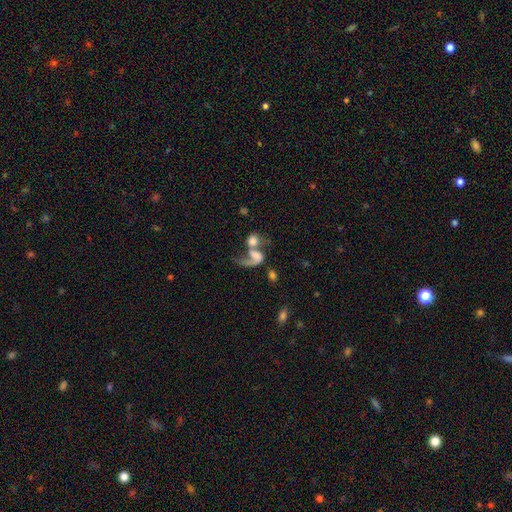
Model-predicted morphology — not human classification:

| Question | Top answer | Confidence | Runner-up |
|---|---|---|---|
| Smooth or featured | featured or disk | 55% | smooth (35%) |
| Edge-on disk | no | 97% | yes (3%) |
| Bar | no | 62% | weak (26%) |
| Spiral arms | yes | 73% | no (27%) |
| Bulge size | none | 34% | moderate (24%) |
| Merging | merger | 57% | major disturbance (22%) |